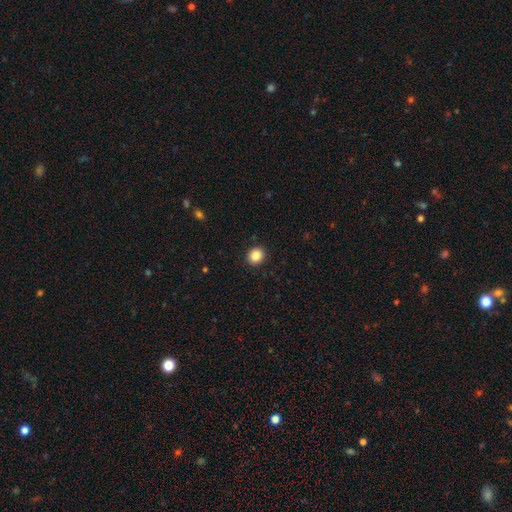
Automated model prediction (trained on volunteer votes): This is clearly a smooth galaxy (87%). How rounded: likely round (71%). Merging: clearly none (92%).